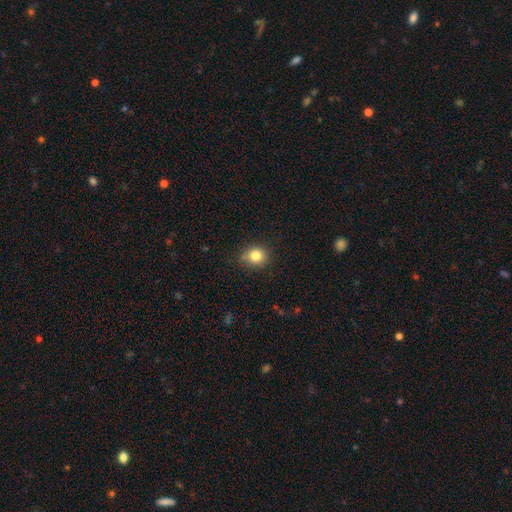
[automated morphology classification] A smooth galaxy with no disk features (82%) that is round (79%).

Vote fractions:
- Smooth or featured? smooth: 82% / star or artifact: 11% / featured or disk: 7%
- How rounded? round: 79% / in between: 20% / cigar-shaped: 1%
- Merging? none: 81% / minor disturbance: 14% / major disturbance: 3% / merger: 2%